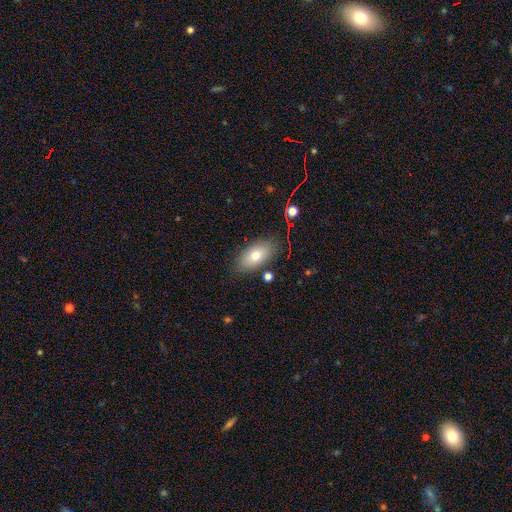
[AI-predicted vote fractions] Morphology: type=smooth (74%); roundness=in between (91%); merging=none (80%).